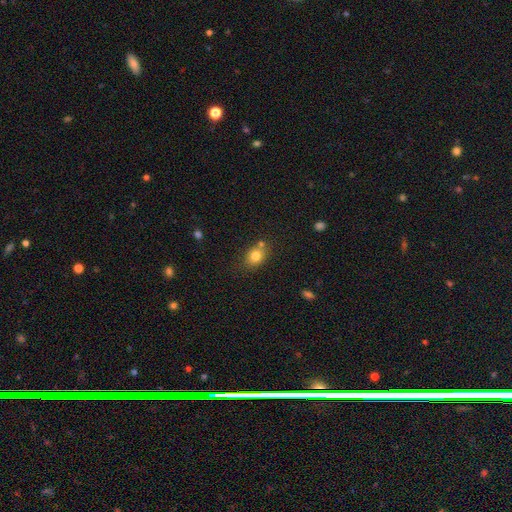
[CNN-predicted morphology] Smooth or featured: smooth — 79% (star or artifact — 11%)
How rounded: in between — 51% (round — 48%)
Merging: none — 64% (merger — 16%)